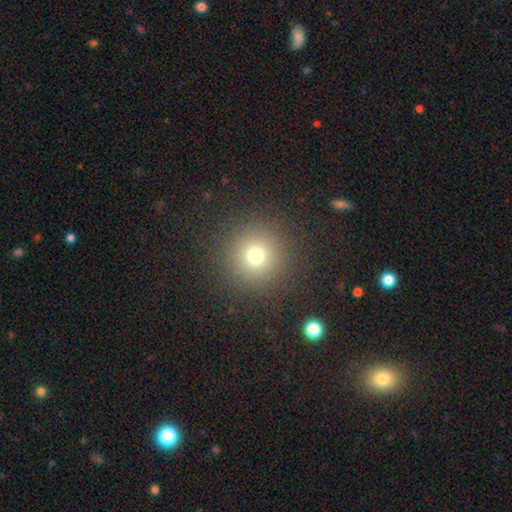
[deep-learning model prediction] The model was most divided on "smooth or featured": smooth: 73%, star or artifact: 18%, featured or disk: 9%. More confident: how rounded — round (95%); merging — none (89%).